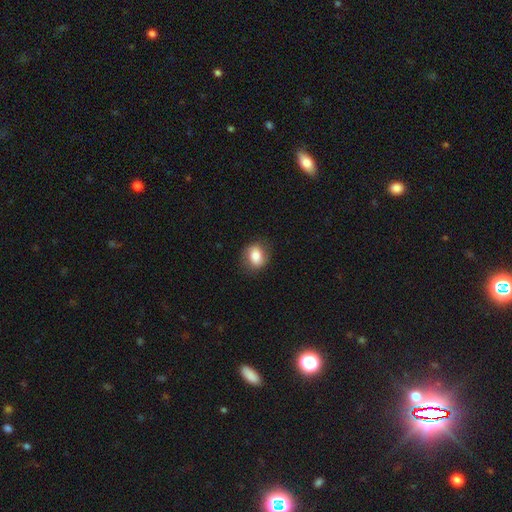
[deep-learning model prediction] This appears to be a smooth galaxy with no disk features (76%) that is in between round and cigar-shaped (53%). Merging: none (81%).